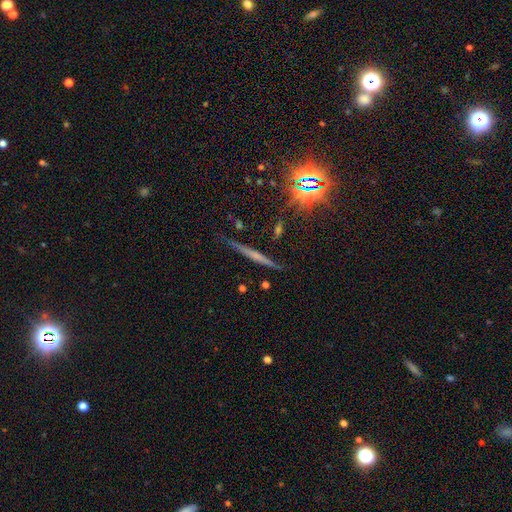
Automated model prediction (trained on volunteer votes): Smooth or featured? featured or disk (52%)
Edge-on disk? yes (95%)
Merging? none (84%)